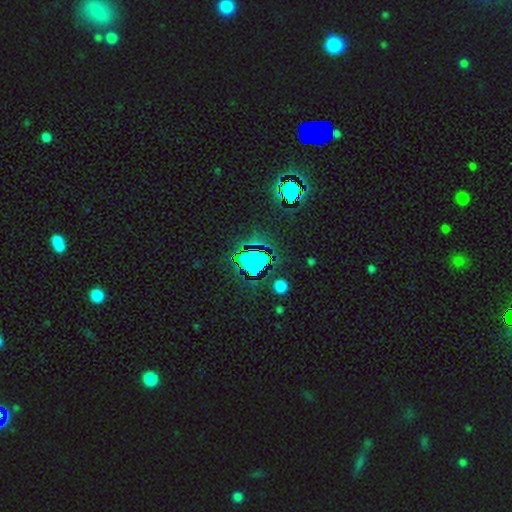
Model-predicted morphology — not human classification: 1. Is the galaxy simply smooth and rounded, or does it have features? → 82% star or artifact, 10% smooth, 8% featured or disk.